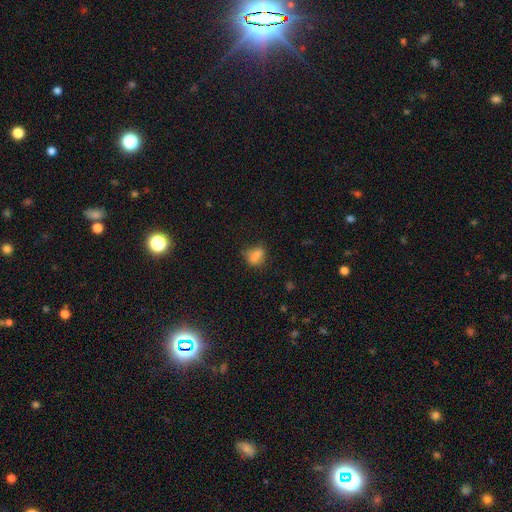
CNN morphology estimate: This appears to be a smooth galaxy with no disk features (80%) that is in between round and cigar-shaped (69%). Merging: none (57%).